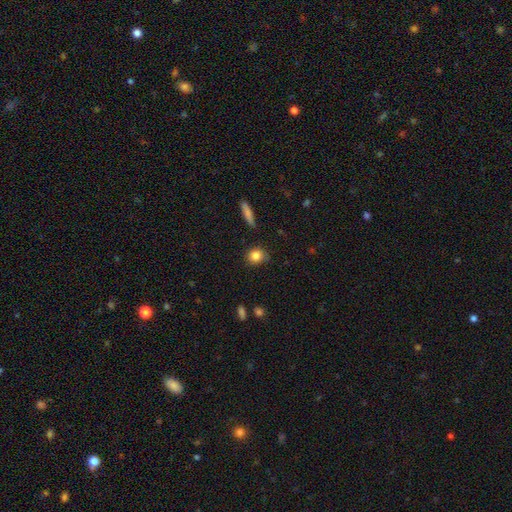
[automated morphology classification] Q: Smooth or featured?
A: smooth (84%); runner-up: star or artifact (9%)
Q: How rounded?
A: round (79%); runner-up: in between (19%)
Q: Merging?
A: none (83%); runner-up: minor disturbance (13%)